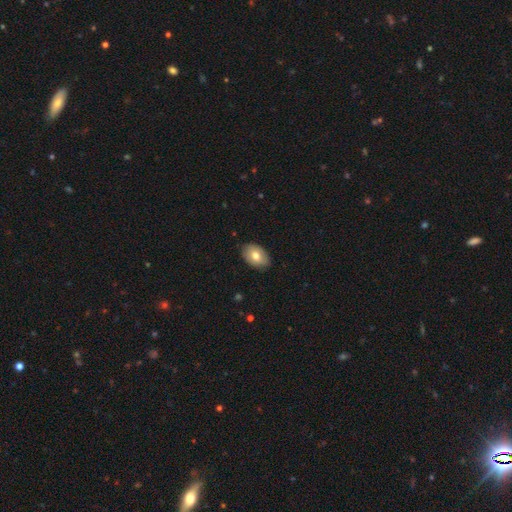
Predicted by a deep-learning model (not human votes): Smooth or featured?
  - smooth: 74% *
  - featured or disk: 20%
  - star or artifact: 7%
How rounded?
  - in between: 87% *
  - round: 11%
  - cigar-shaped: 1%
Merging?
  - none: 85% *
  - minor disturbance: 12%
  - major disturbance: 2%
  - merger: 1%